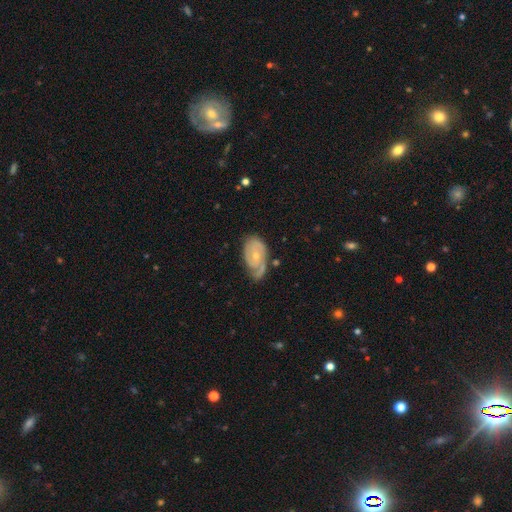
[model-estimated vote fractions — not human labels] This appears to be a featured or disk galaxy (78%) with no bar (70%), 2 (48%) tight (56%) spiral arms (91%) and a small central bulge (59%). Merging: none (56%).